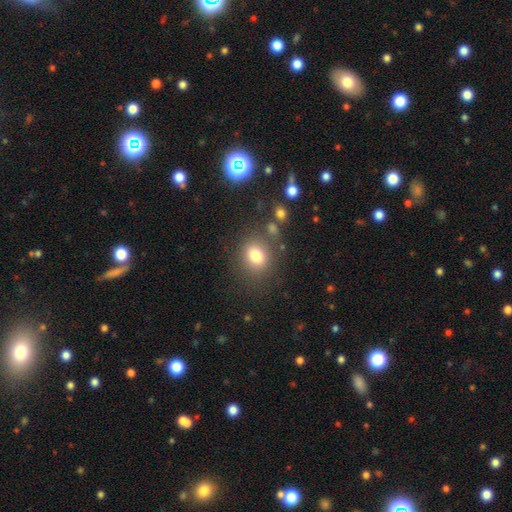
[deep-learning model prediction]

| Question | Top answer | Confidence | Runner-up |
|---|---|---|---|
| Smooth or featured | smooth | 79% | star or artifact (12%) |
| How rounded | round | 57% | in between (42%) |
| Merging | none | 76% | minor disturbance (13%) |